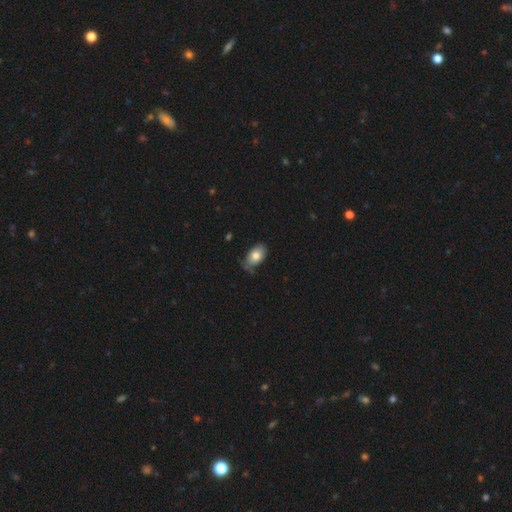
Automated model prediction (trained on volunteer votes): Smooth or featured?
  - smooth: 79% *
  - featured or disk: 14%
  - star or artifact: 7%
How rounded?
  - in between: 91% *
  - round: 7%
  - cigar-shaped: 2%
Merging?
  - none: 60% *
  - minor disturbance: 29%
  - major disturbance: 7%
  - merger: 4%